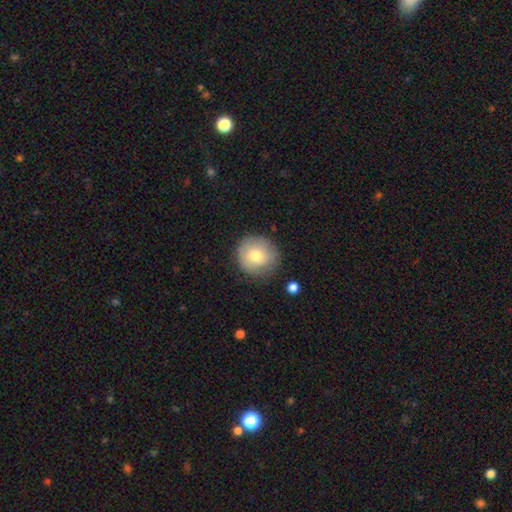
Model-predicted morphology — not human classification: Smooth or featured?
  - smooth: 75% *
  - featured or disk: 17%
  - star or artifact: 8%
How rounded?
  - round: 93% *
  - in between: 6%
  - cigar-shaped: 1%
Merging?
  - none: 81% *
  - minor disturbance: 13%
  - major disturbance: 4%
  - merger: 2%